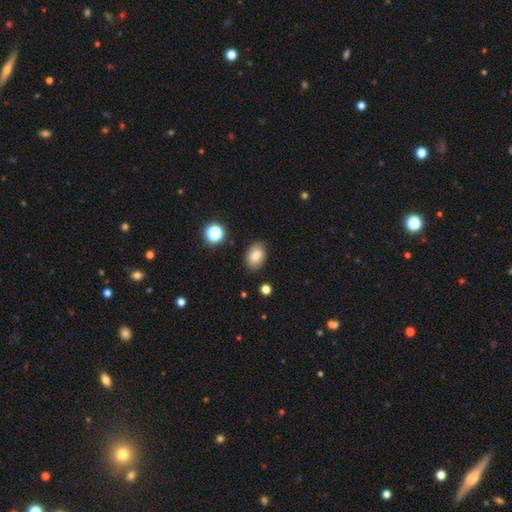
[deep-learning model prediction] Smooth or featured? smooth (83%)
How rounded? in between (83%)
Merging? none (83%)